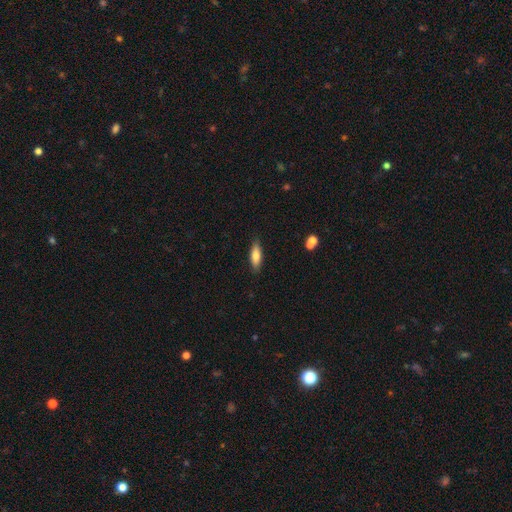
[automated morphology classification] A smooth galaxy with no disk features (79%) that is in between round and cigar-shaped (53%).

Vote fractions:
- Smooth or featured? smooth: 79% / featured or disk: 15% / star or artifact: 7%
- How rounded? in between: 53% / cigar-shaped: 45% / round: 2%
- Merging? none: 85% / minor disturbance: 11% / major disturbance: 2% / merger: 2%